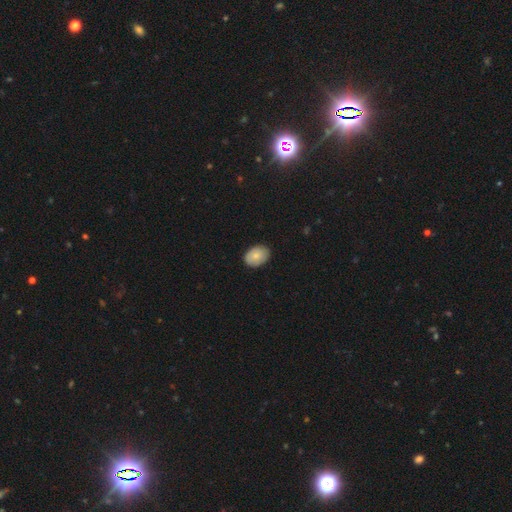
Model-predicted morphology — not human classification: smooth_or_featured: smooth (p=0.80) [alt: featured or disk p=0.14]
how_rounded: in between (p=0.77) [alt: round p=0.22]
merging: none (p=0.85) [alt: minor disturbance p=0.12]